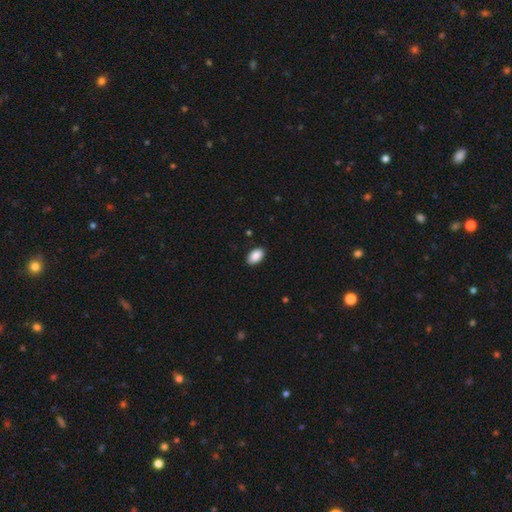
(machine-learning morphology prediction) smooth-or-featured: smooth: 90% | star or artifact: 7% | featured or disk: 3%
  how-rounded: in between: 93% | round: 5% | cigar-shaped: 1%
  merging: none: 89% | minor disturbance: 8% | major disturbance: 2% | merger: 1%